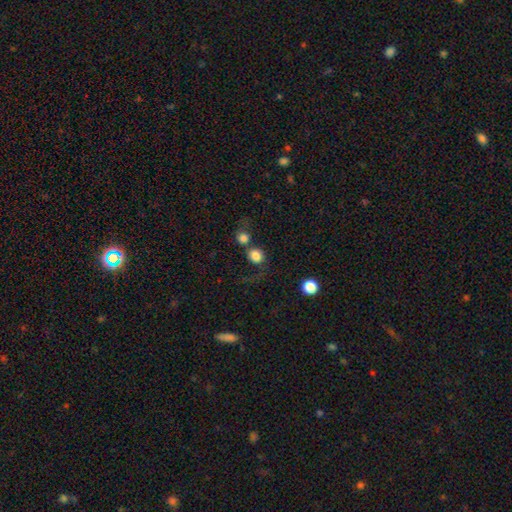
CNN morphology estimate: A smooth galaxy with no disk features (81%) that is round (82%).

Vote fractions:
- Smooth or featured? smooth: 81% / star or artifact: 11% / featured or disk: 8%
- How rounded? round: 82% / in between: 17% / cigar-shaped: 1%
- Merging? none: 44% / merger: 36% / minor disturbance: 11% / major disturbance: 10%